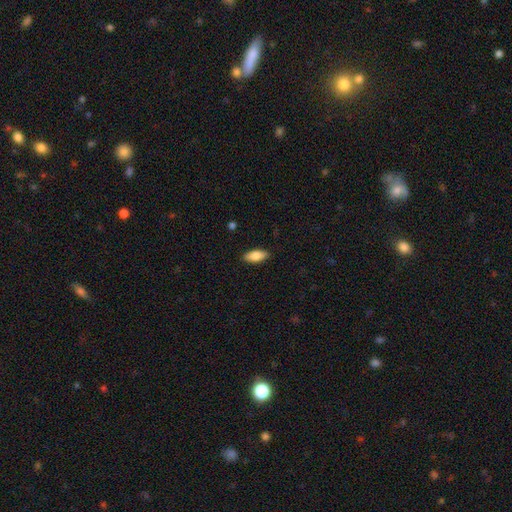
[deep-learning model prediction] A smooth galaxy with no disk features (83%) that is in between round and cigar-shaped (84%).

Vote fractions:
- Smooth or featured? smooth: 83% / featured or disk: 10% / star or artifact: 6%
- How rounded? in between: 84% / cigar-shaped: 14% / round: 2%
- Merging? none: 88% / minor disturbance: 9% / major disturbance: 2% / merger: 1%